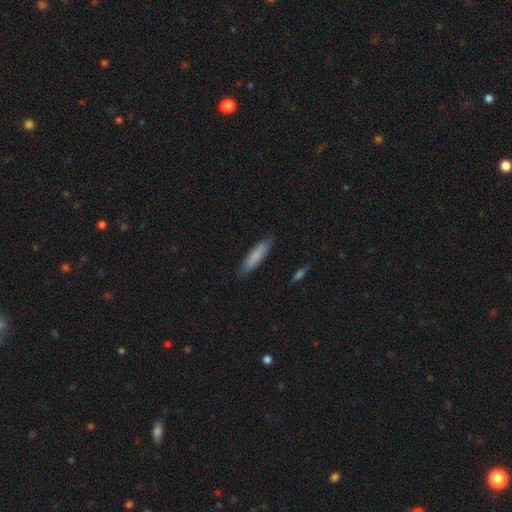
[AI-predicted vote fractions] This is clearly a smooth galaxy (82%). How rounded: likely cigar-shaped (76%). Merging: clearly none (85%).